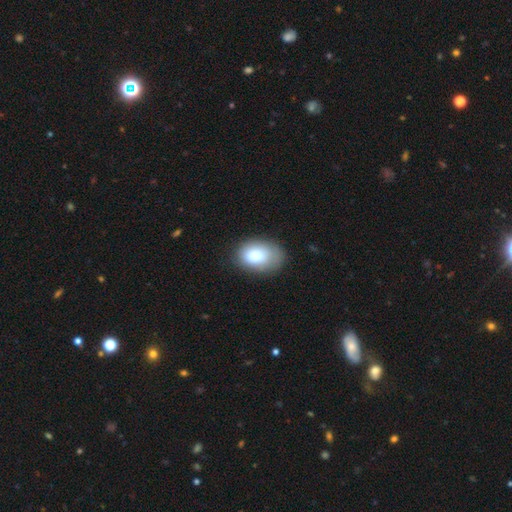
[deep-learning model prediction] Smooth or featured: smooth — 80% (featured or disk — 11%)
How rounded: in between — 81% (round — 18%)
Merging: none — 72% (minor disturbance — 20%)